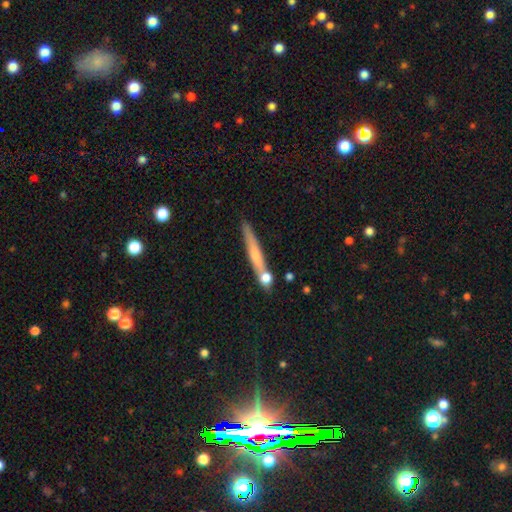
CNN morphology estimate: A smooth galaxy with no disk features (50%).

Vote fractions:
- Smooth or featured? smooth: 50% / featured or disk: 42% / star or artifact: 8%
- Merging? none: 70% / merger: 13% / minor disturbance: 13% / major disturbance: 4%